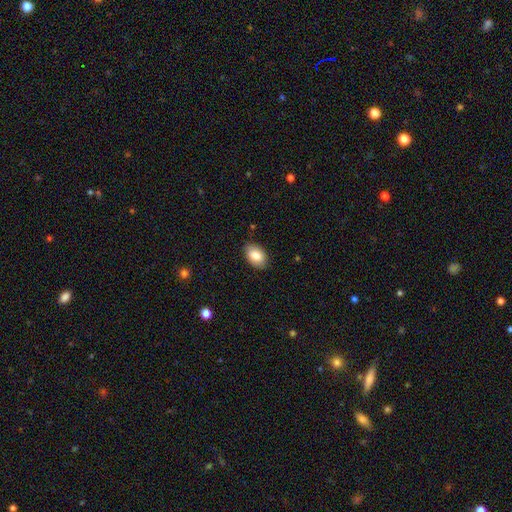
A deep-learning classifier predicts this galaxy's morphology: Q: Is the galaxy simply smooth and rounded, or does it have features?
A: smooth — 83%.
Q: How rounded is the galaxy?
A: in between — 90%.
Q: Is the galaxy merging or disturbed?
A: none — 86%.